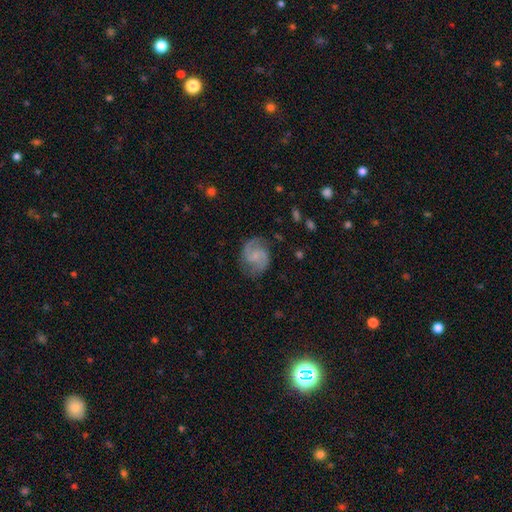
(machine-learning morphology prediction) The model was most divided on "bar": no: 51%, weak: 41%, strong: 7%. More confident: edge-on disk — no (98%); spiral arms — yes (97%); spiral arm count — 2 (92%); smooth or featured — featured or disk (83%); merging — none (79%); spiral winding — medium (57%); bulge size — small (51%).